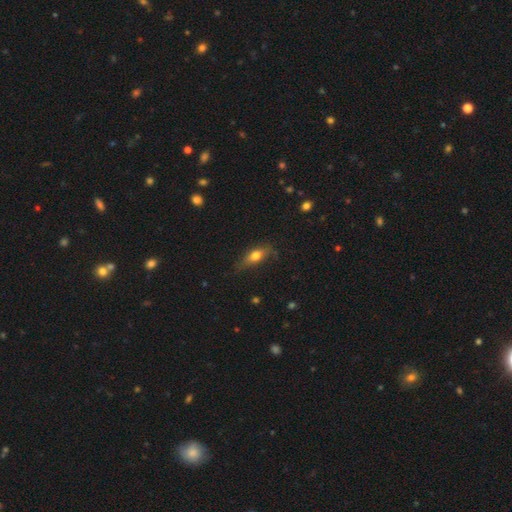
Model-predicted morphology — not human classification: smooth_or_featured: smooth (p=0.61) [alt: featured or disk p=0.31]
how_rounded: in between (p=0.58) [alt: cigar-shaped p=0.36]
merging: none (p=0.68) [alt: minor disturbance p=0.24]